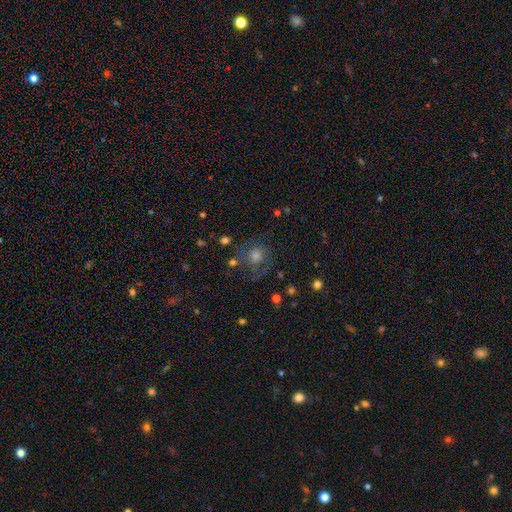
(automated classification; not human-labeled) This appears to be a featured or disk galaxy (45%). Merging: none (66%).